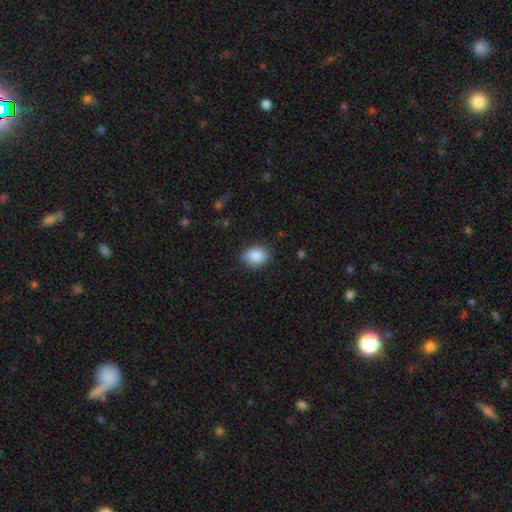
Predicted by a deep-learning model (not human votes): Overall: smooth (86%). How rounded: in between (51%; round 48%). Merging: none (83%).